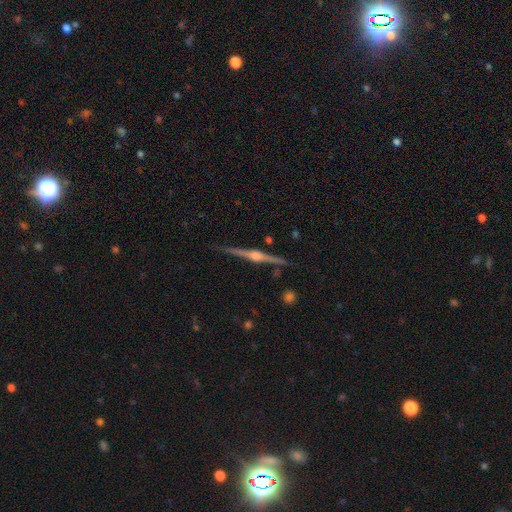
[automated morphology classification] smooth_or_featured: featured or disk (p=0.88) [alt: smooth p=0.07]
disk_edge_on: yes (p=0.99) [alt: no p=0.01]
edge_on_bulge: rounded (p=0.90) [alt: boxy p=0.06]
merging: none (p=0.90) [alt: minor disturbance p=0.07]